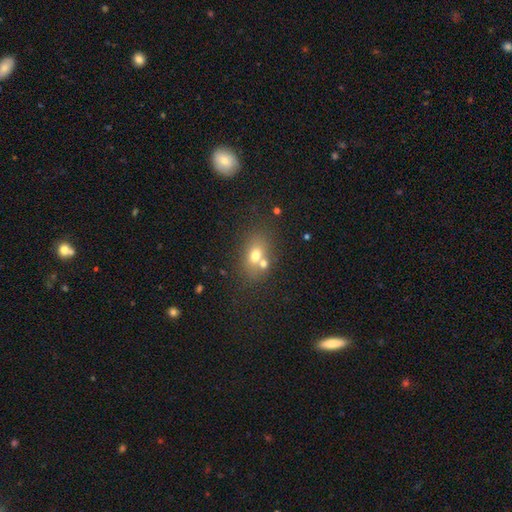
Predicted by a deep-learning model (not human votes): smooth_or_featured: smooth (p=0.67) [alt: featured or disk p=0.19]
how_rounded: in between (p=0.68) [alt: round p=0.30]
merging: none (p=0.51) [alt: merger p=0.33]